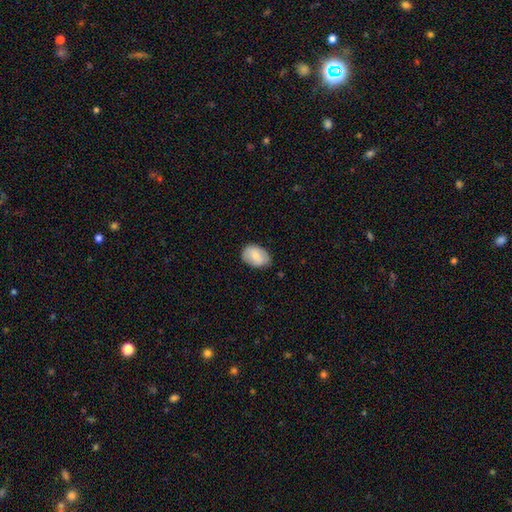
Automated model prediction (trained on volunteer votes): Smooth or featured: smooth — 75% (featured or disk — 19%)
How rounded: in between — 81% (round — 18%)
Merging: none — 79% (minor disturbance — 17%)